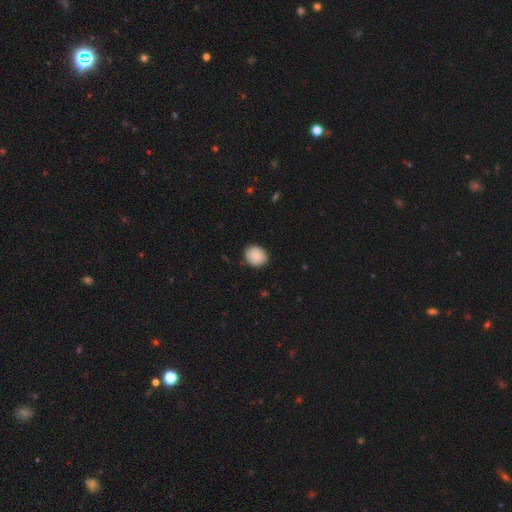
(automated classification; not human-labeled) Smooth or featured? smooth (89%)
How rounded? round (62%)
Merging? none (82%)